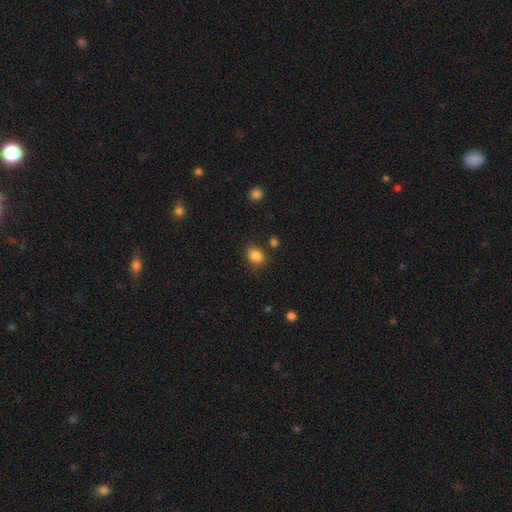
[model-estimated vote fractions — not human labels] Smooth or featured? smooth (85%)
How rounded? in between (63%)
Merging? none (77%)